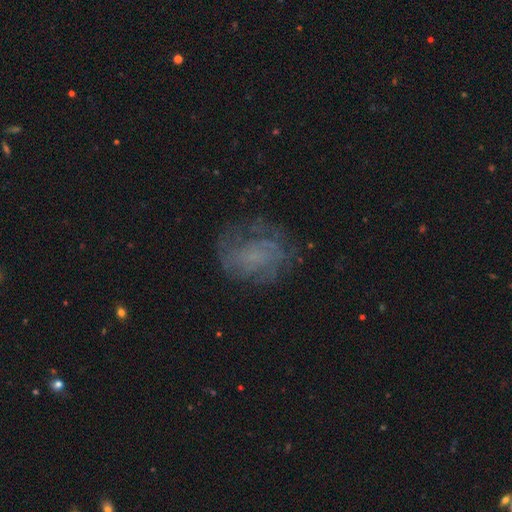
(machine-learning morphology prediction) smooth-or-featured: featured or disk: 46% | smooth: 33% | star or artifact: 22%
  merging: none: 64% | minor disturbance: 18% | major disturbance: 16% | merger: 1%